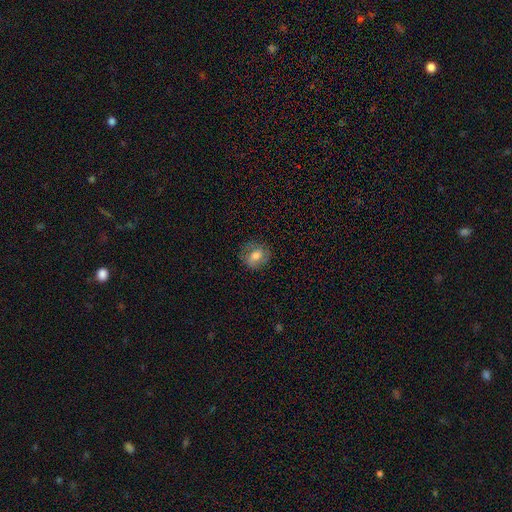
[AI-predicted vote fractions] Overall: smooth (67%). How rounded: round (62%; in between 37%). Merging: none (78%).